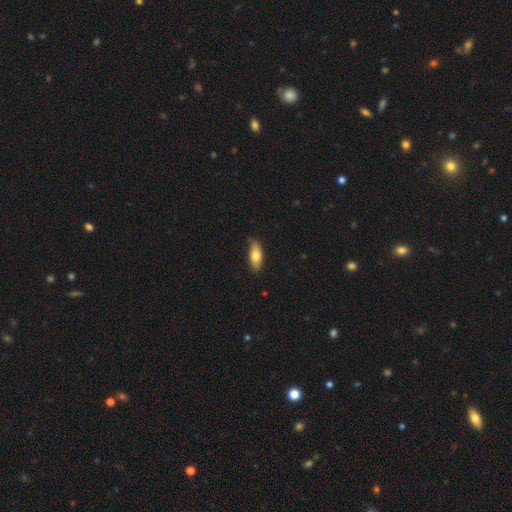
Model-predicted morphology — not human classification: type=smooth (75%); roundness=in between (78%); merging=none (77%).